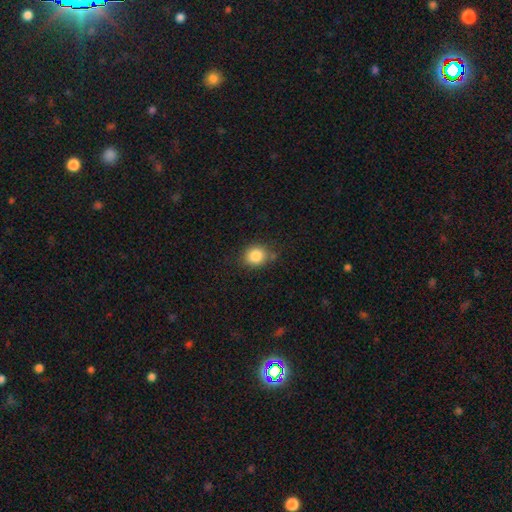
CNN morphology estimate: Smooth or featured? smooth (84%)
How rounded? round (70%)
Merging? none (75%)